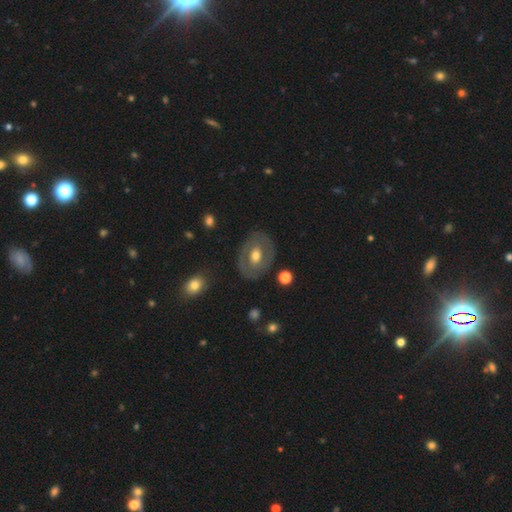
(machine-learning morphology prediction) smooth_or_featured: featured or disk (p=0.54) [alt: smooth p=0.40]
disk_edge_on: no (p=0.94) [alt: yes p=0.06]
bar: no (p=0.62) [alt: weak p=0.27]
has_spiral_arms: no (p=0.74) [alt: yes p=0.26]
bulge_size: moderate (p=0.70) [alt: large p=0.15]
merging: none (p=0.79) [alt: minor disturbance p=0.13]